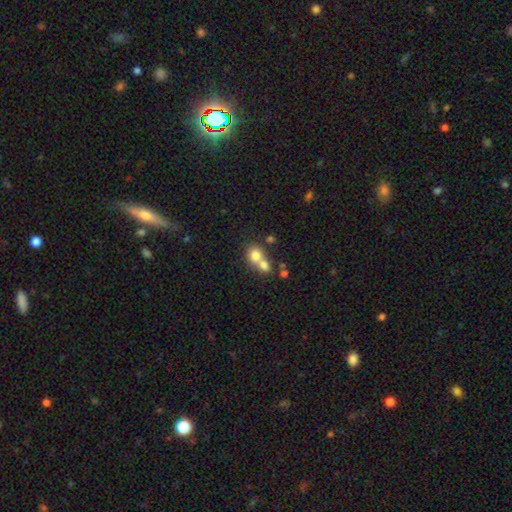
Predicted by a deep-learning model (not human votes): The model was most divided on "merging": merger: 61%, none: 30%, minor disturbance: 6%, major disturbance: 3%. More confident: smooth or featured — smooth (75%); how rounded — round (71%).